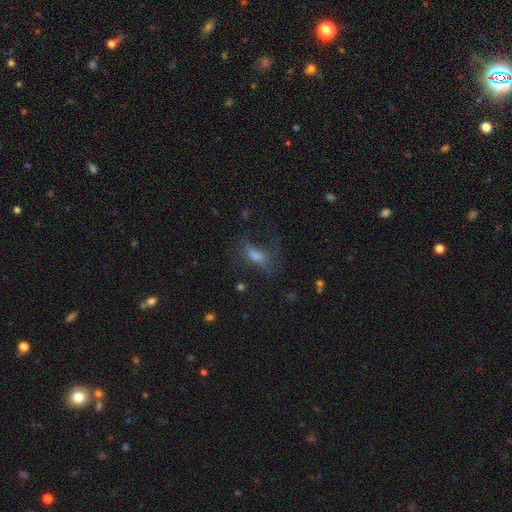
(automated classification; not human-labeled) Q: Smooth or featured?
A: smooth (49%); runner-up: featured or disk (31%)
Q: Merging?
A: none (47%); runner-up: major disturbance (29%)